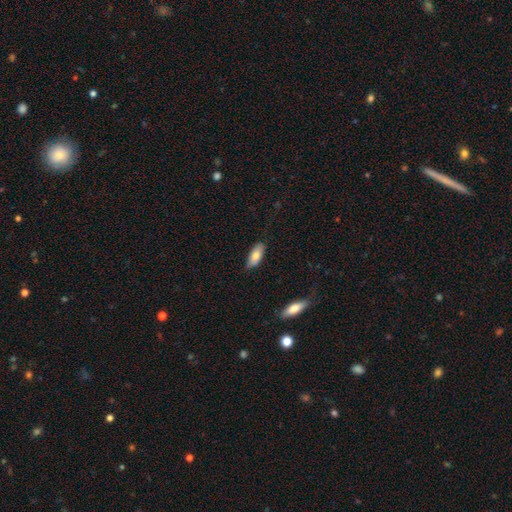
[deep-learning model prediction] A smooth galaxy with no disk features (77%) that is in between round and cigar-shaped (80%).

Vote fractions:
- Smooth or featured? smooth: 77% / featured or disk: 17% / star or artifact: 6%
- How rounded? in between: 80% / cigar-shaped: 18% / round: 2%
- Merging? none: 80% / minor disturbance: 16% / major disturbance: 2% / merger: 1%